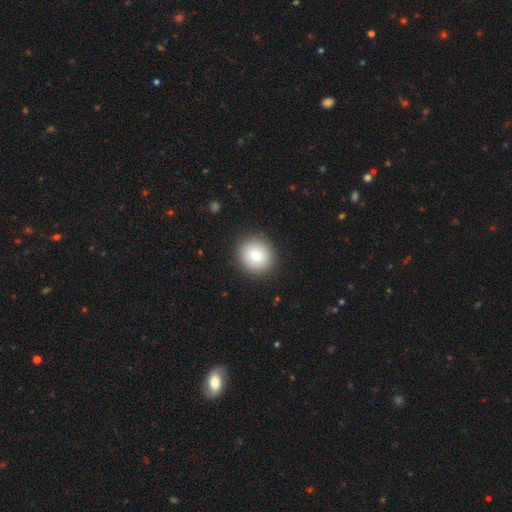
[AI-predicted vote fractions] smooth_or_featured: smooth (p=0.79) [alt: featured or disk p=0.11]
how_rounded: round (p=0.88) [alt: in between p=0.11]
merging: none (p=0.90) [alt: minor disturbance p=0.06]